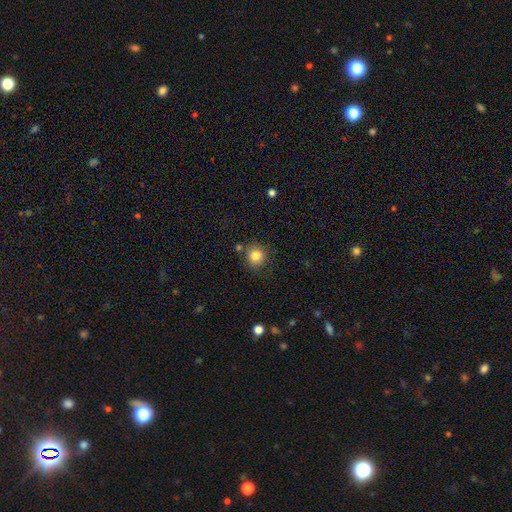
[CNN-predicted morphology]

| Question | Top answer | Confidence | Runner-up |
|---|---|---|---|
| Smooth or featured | smooth | 83% | star or artifact (10%) |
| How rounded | round | 88% | in between (11%) |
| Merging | none | 77% | minor disturbance (13%) |